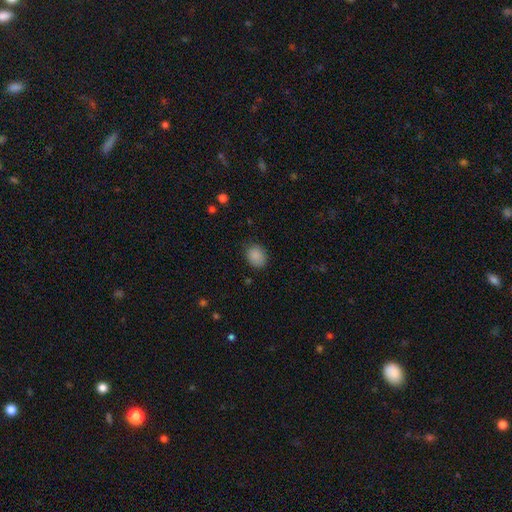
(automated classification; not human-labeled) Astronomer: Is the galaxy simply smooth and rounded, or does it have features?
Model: smooth — 87%.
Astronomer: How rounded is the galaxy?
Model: round — 53% (runner-up: in between, 46%).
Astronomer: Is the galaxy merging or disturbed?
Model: none — 79%.